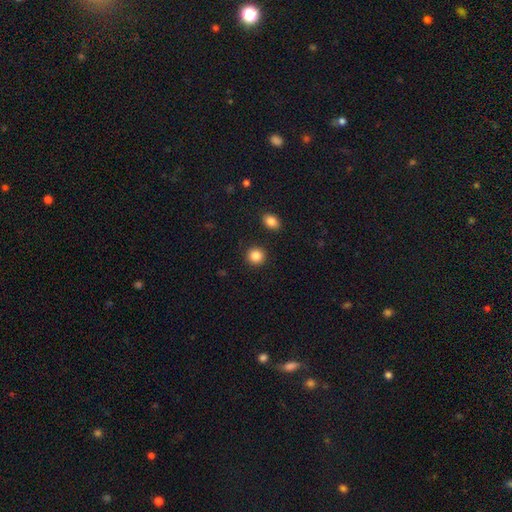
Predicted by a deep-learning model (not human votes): A smooth galaxy with no disk features (86%) that is round (89%). Merging: none (90%).